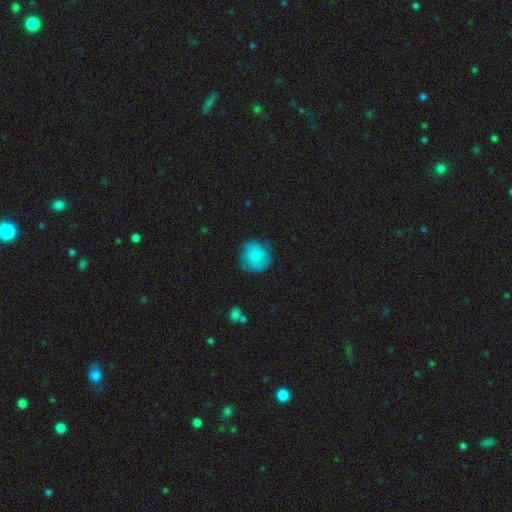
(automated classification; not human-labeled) Smooth or featured?
  - smooth: 69% *
  - featured or disk: 24%
  - star or artifact: 7%
How rounded?
  - round: 88% *
  - in between: 11%
  - cigar-shaped: 1%
Merging?
  - none: 72% *
  - minor disturbance: 21%
  - major disturbance: 6%
  - merger: 2%